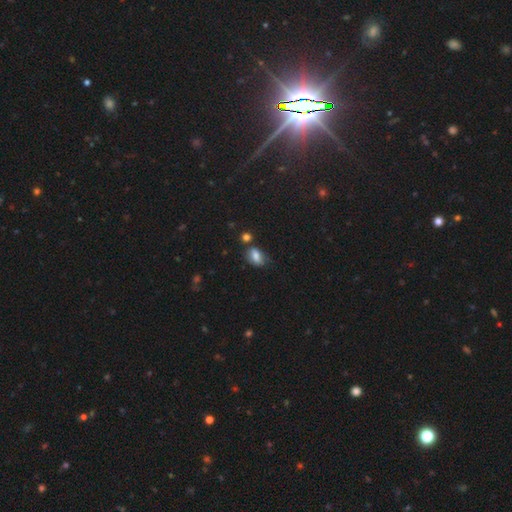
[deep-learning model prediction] This is likely a smooth galaxy (78%). How rounded: clearly in between (83%). Merging: possibly none (59%).